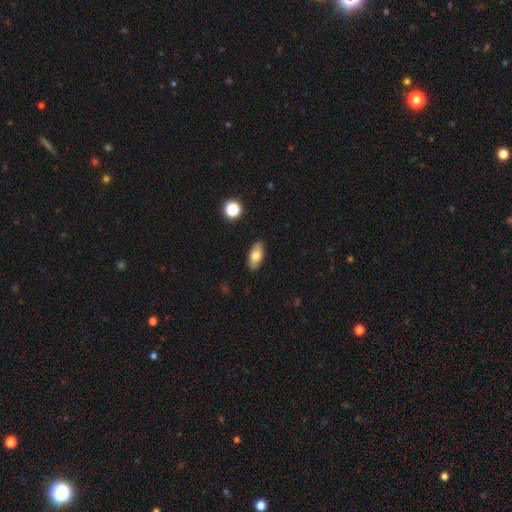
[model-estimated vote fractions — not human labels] Morphology: type=smooth (75%); roundness=in between (87%); merging=none (88%).